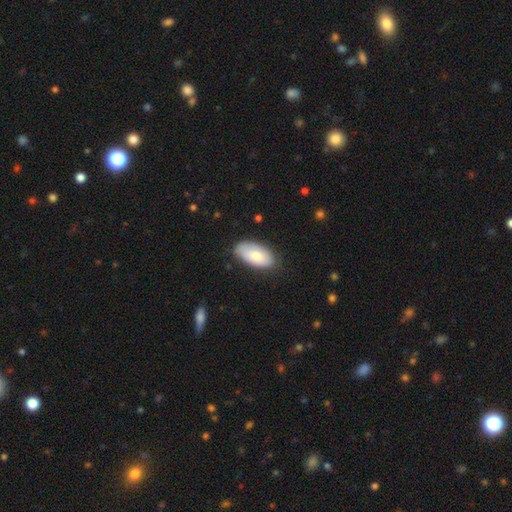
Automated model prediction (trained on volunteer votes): This appears to be a smooth galaxy with no disk features (74%) that is in between round and cigar-shaped (95%). Merging: none (78%).